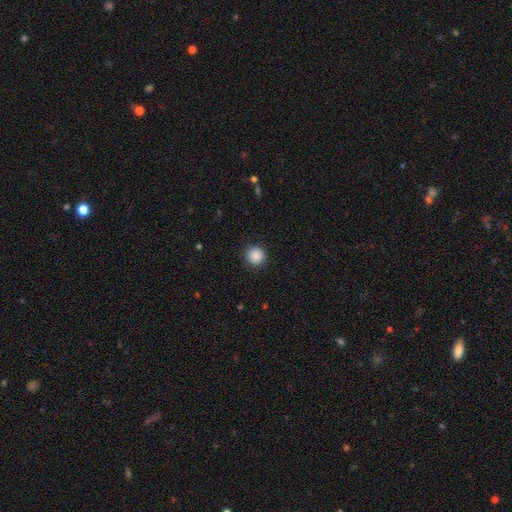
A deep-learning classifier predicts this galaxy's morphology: Smooth or featured: smooth — 88% (star or artifact — 9%)
How rounded: round — 95% (in between — 4%)
Merging: none — 90% (minor disturbance — 7%)